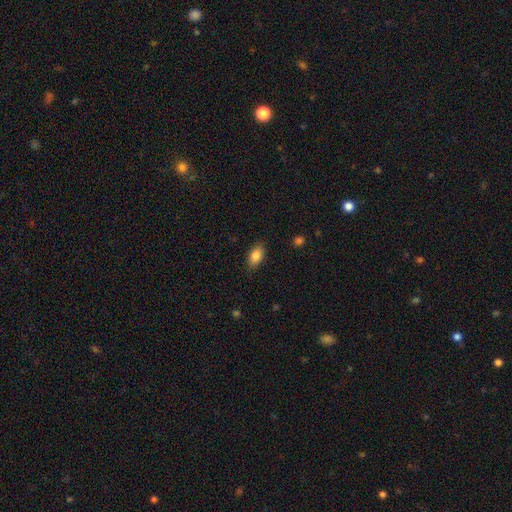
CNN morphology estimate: smooth-or-featured: smooth: 86% | star or artifact: 8% | featured or disk: 7%
  how-rounded: in between: 90% | round: 6% | cigar-shaped: 4%
  merging: none: 86% | minor disturbance: 11% | major disturbance: 3% | merger: 1%